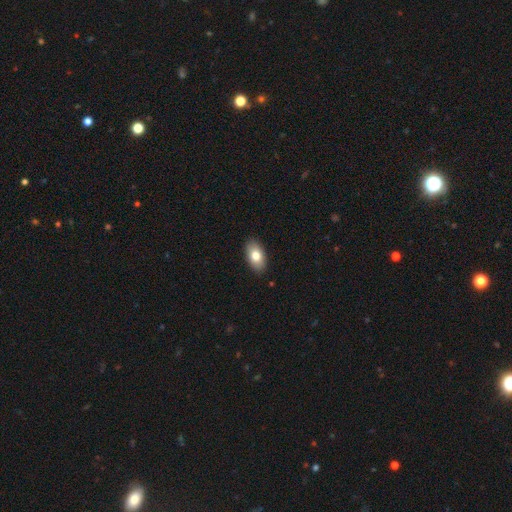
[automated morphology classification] Smooth or featured? smooth (79%)
How rounded? in between (93%)
Merging? none (88%)